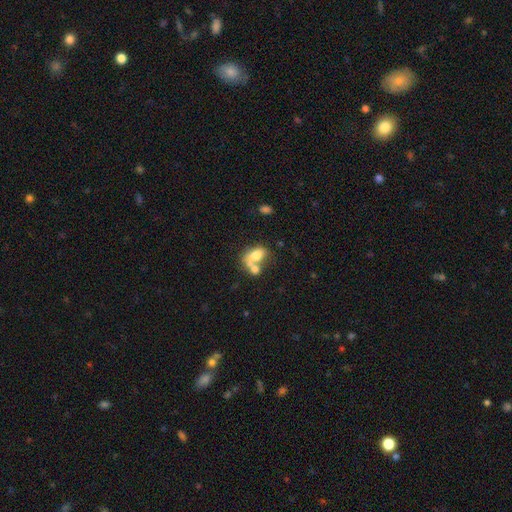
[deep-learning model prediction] The model was most divided on "merging": merger: 60%, none: 21%, major disturbance: 10%, minor disturbance: 9%. More confident: how rounded — in between (76%); smooth or featured — smooth (64%).